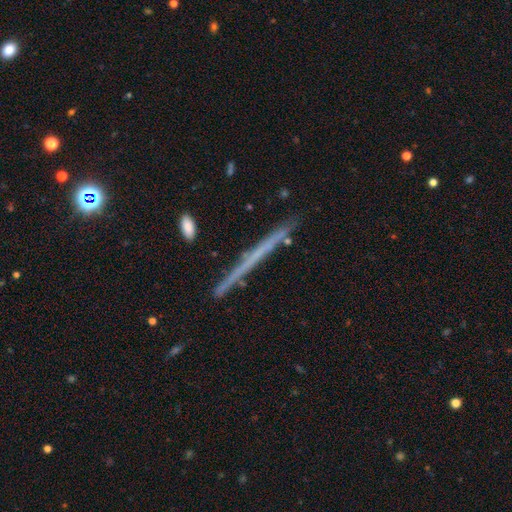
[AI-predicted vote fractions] Smooth or featured? featured or disk (57%)
Edge-on disk? yes (97%)
Edge-on bulge? none (90%)
Merging? none (87%)